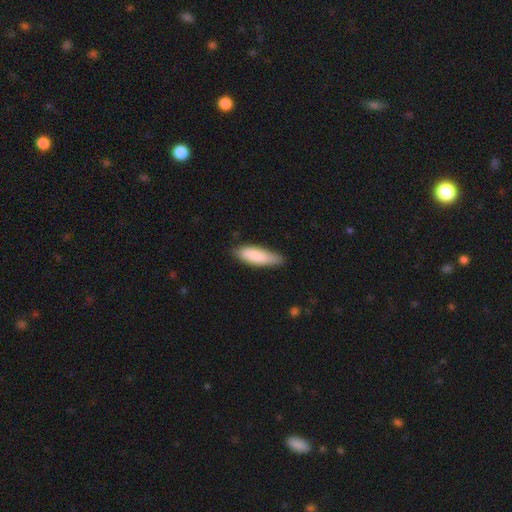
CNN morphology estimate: A smooth galaxy with no disk features (86%) that is cigar-shaped (50%).

Vote fractions:
- Smooth or featured? smooth: 86% / featured or disk: 9% / star or artifact: 5%
- How rounded? cigar-shaped: 50% / in between: 49% / round: 1%
- Merging? none: 73% / minor disturbance: 22% / major disturbance: 3% / merger: 1%